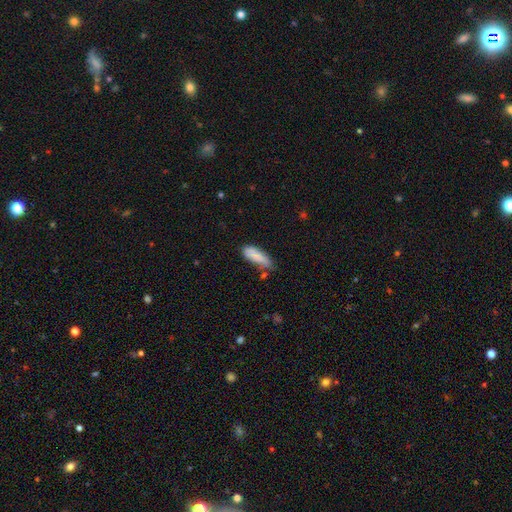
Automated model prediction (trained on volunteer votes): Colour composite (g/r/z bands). It shows a smooth galaxy with no disk features (85%) that is in between round and cigar-shaped (54%). Merging: none (53%).